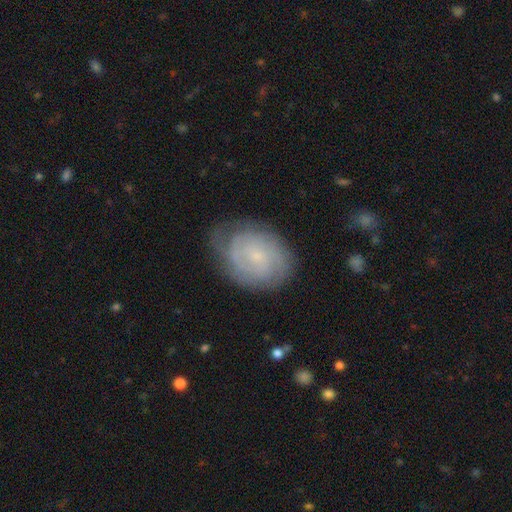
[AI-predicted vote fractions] Q: Smooth or featured?
A: featured or disk (64%); runner-up: smooth (28%)
Q: Edge-on disk?
A: no (97%); runner-up: yes (3%)
Q: Bar?
A: no (69%); runner-up: weak (27%)
Q: Spiral arms?
A: yes (88%); runner-up: no (12%)
Q: Spiral winding?
A: tight (67%); runner-up: medium (26%)
Q: Spiral arm count?
A: can't tell (45%); runner-up: 2 (30%)
Q: Bulge size?
A: small (78%); runner-up: moderate (15%)
Q: Merging?
A: none (70%); runner-up: minor disturbance (22%)